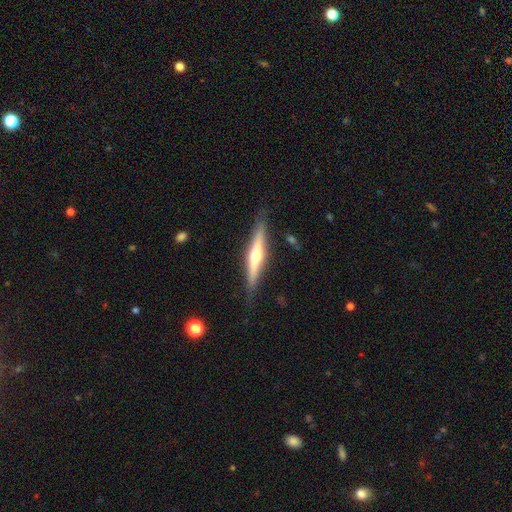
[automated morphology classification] A featured or disk galaxy (66%) viewed edge-on (97%) with a rounded central bulge (86%). Merging: none (86%).